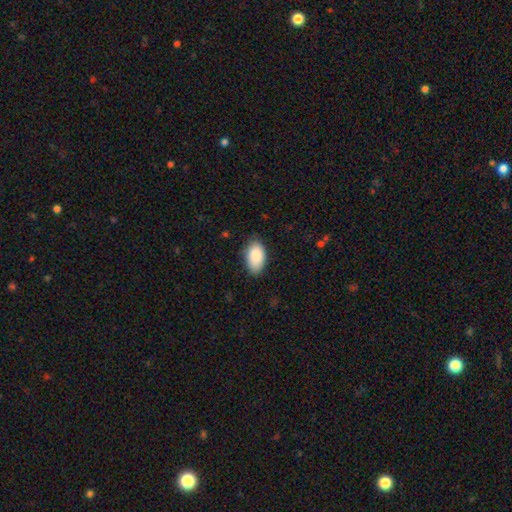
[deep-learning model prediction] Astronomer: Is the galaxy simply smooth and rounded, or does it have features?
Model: smooth — 89%.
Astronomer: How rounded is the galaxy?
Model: in between — 95%.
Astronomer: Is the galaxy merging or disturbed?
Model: none — 78%.